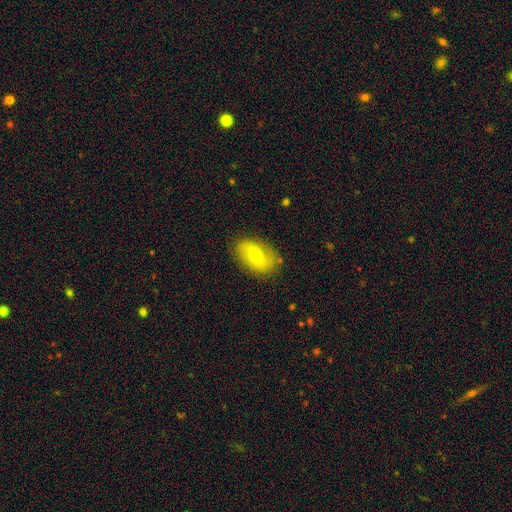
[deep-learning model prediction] smooth_or_featured: smooth (p=0.48) [alt: featured or disk p=0.45]
merging: none (p=0.82) [alt: minor disturbance p=0.14]